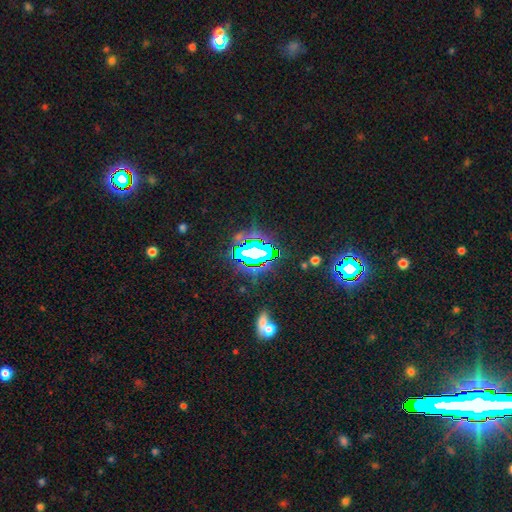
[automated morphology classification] Smooth or featured? Predicted: star or artifact (p=0.67).